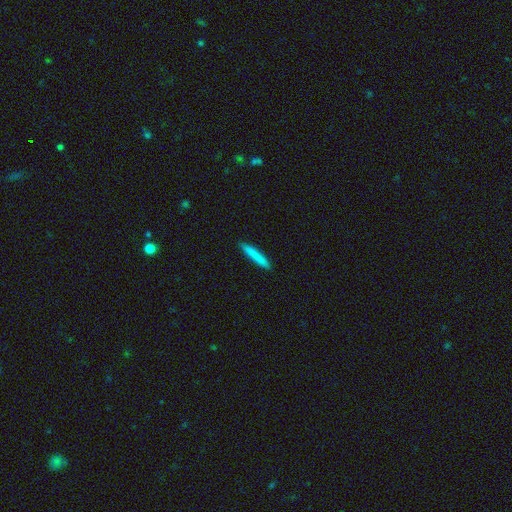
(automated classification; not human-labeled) smooth_or_featured: smooth (p=0.82) [alt: featured or disk p=0.12]
how_rounded: cigar-shaped (p=0.94) [alt: in between p=0.04]
merging: none (p=0.91) [alt: minor disturbance p=0.07]